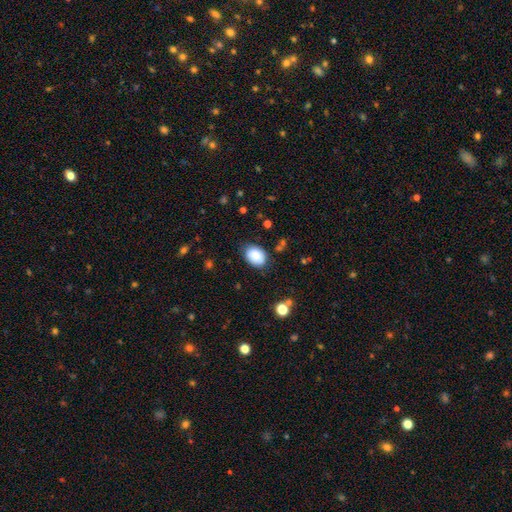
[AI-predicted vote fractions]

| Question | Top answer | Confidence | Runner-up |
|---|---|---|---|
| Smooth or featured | smooth | 87% | star or artifact (7%) |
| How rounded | in between | 75% | round (24%) |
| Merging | none | 78% | minor disturbance (16%) |